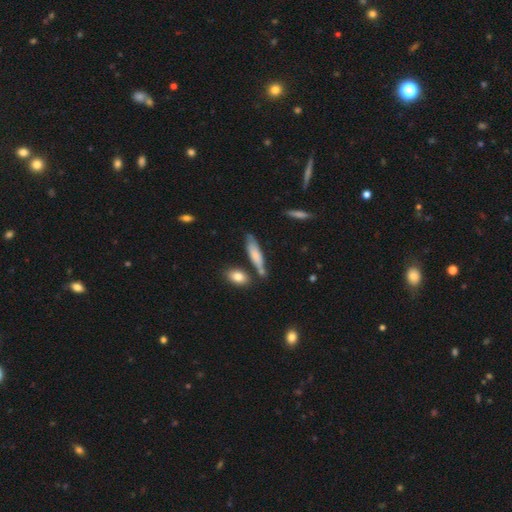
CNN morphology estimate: smooth_or_featured: smooth (p=0.73) [alt: featured or disk p=0.20]
how_rounded: cigar-shaped (p=0.64) [alt: in between p=0.34]
merging: none (p=0.65) [alt: minor disturbance p=0.19]